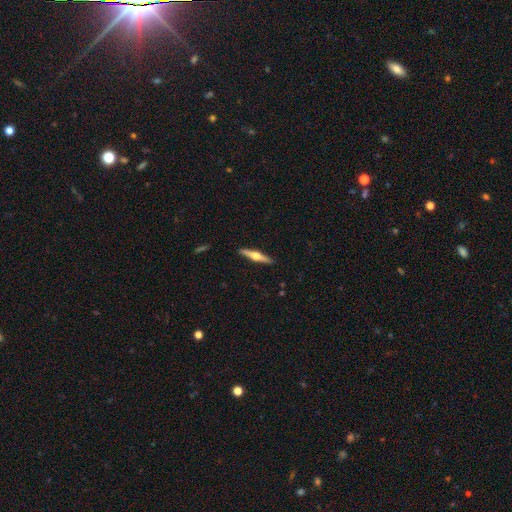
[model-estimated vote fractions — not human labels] smooth-or-featured: featured or disk: 66% | smooth: 29% | star or artifact: 5%
  disk-edge-on: yes: 98% | no: 2%
    edge-on-bulge: rounded: 94% | boxy: 3% | none: 2%
  merging: none: 91% | minor disturbance: 6% | major disturbance: 1% | merger: 1%